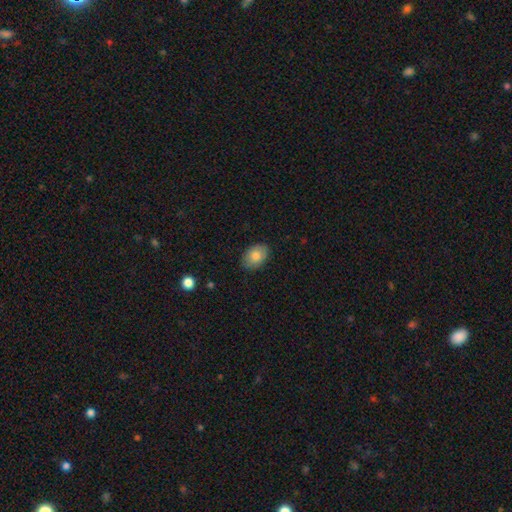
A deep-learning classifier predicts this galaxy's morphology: A smooth galaxy with no disk features (81%) that is in between round and cigar-shaped (83%). Merging: none (85%).